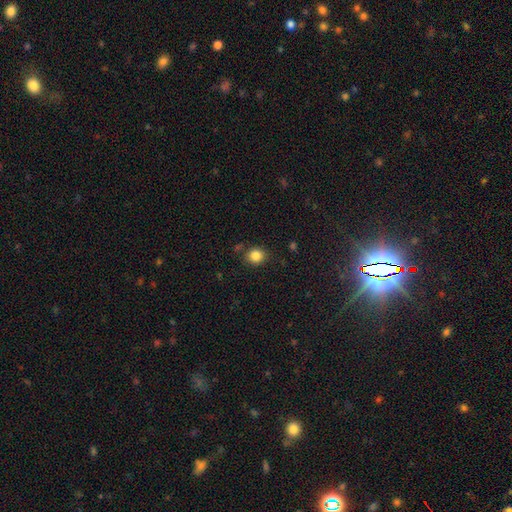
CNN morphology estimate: The model was most divided on "how rounded": round: 80%, in between: 19%, cigar-shaped: 1%. More confident: smooth or featured — smooth (84%); merging — none (82%).